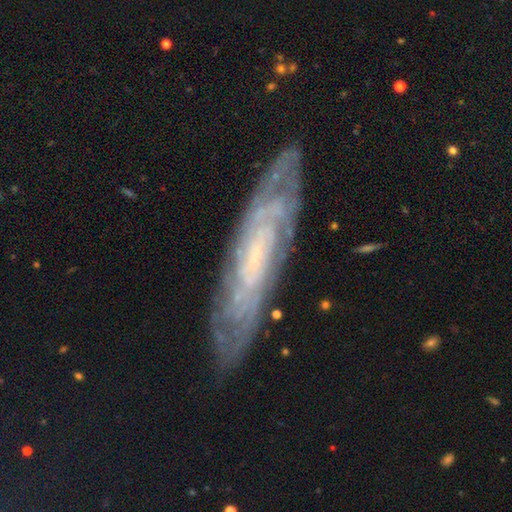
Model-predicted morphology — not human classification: This appears to be a featured or disk galaxy (79%) with no bar (53%), tight (73%) spiral arms (92%) and a small central bulge (62%). Merging: none (82%).